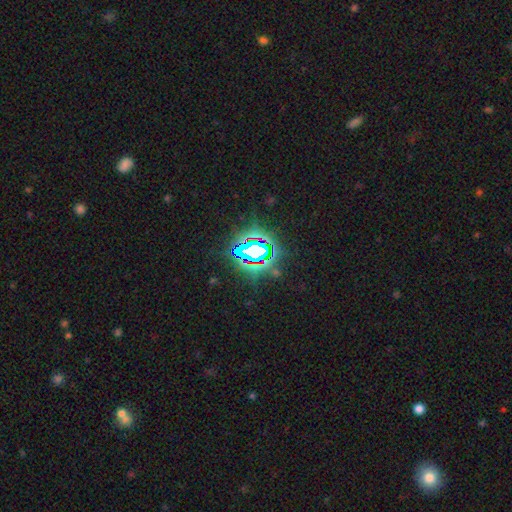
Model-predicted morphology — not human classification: Smooth or featured? star or artifact (76%)